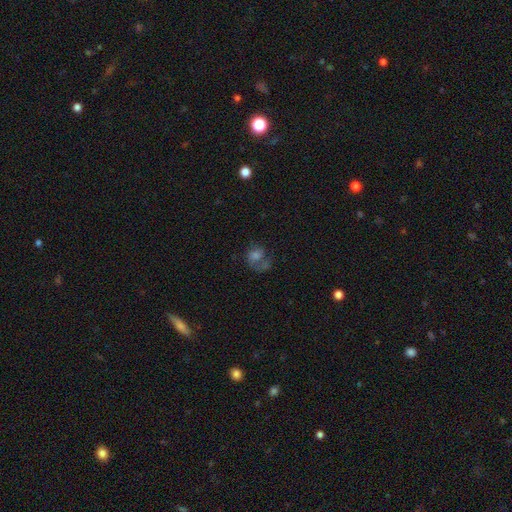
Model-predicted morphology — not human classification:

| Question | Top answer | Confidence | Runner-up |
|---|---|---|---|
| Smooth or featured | featured or disk | 41% | smooth (40%) |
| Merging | none | 41% | major disturbance (33%) |